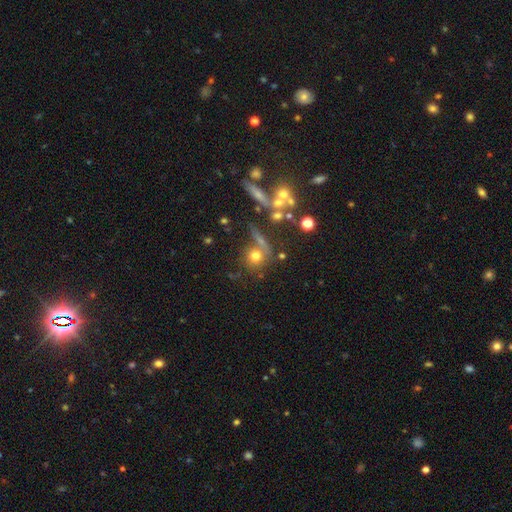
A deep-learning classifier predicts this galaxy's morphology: type=smooth (65%); roundness=round (85%); merging=none (53%).